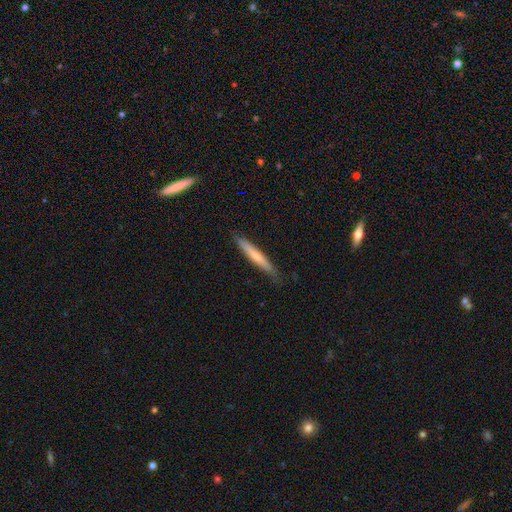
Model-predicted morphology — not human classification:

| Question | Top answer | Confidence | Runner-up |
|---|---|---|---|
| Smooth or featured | smooth | 62% | featured or disk (33%) |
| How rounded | cigar-shaped | 94% | in between (5%) |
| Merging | none | 83% | minor disturbance (14%) |